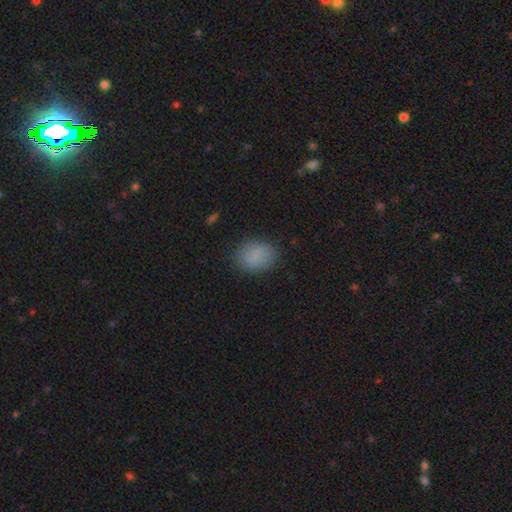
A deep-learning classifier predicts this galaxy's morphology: smooth 84%, star or artifact 9%, featured or disk 7%. Down the decision tree: how rounded — in between (58%); merging — none (83%).